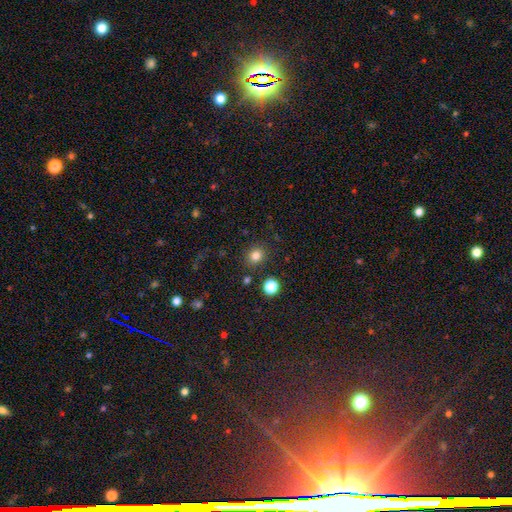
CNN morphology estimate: Smooth or featured? smooth (81%)
How rounded? round (80%)
Merging? none (86%)